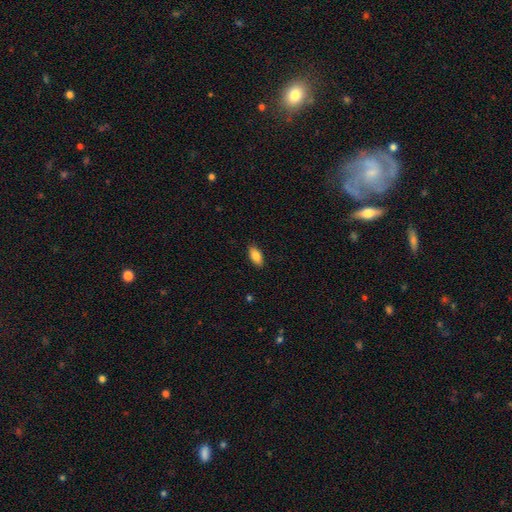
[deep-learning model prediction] This is clearly a smooth galaxy (85%). How rounded: clearly in between (90%). Merging: clearly none (88%).